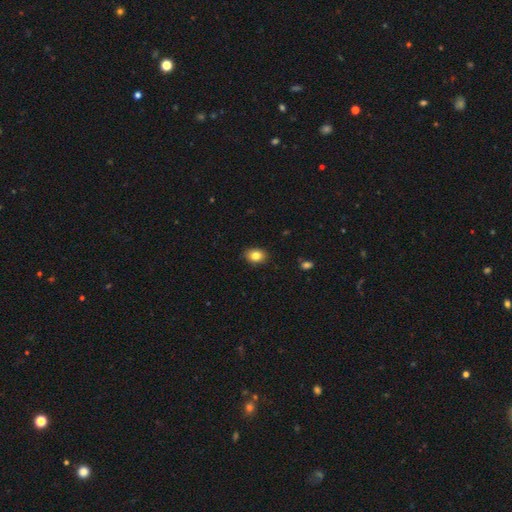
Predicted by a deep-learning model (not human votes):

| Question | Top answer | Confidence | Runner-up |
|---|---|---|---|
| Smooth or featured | smooth | 83% | star or artifact (10%) |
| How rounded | in between | 63% | round (36%) |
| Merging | none | 86% | minor disturbance (11%) |